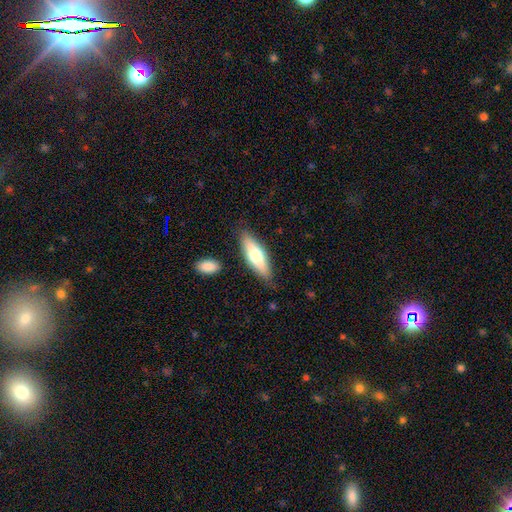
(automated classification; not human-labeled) The model was most divided on "how rounded": in between: 50%, cigar-shaped: 48%, round: 2%. More confident: merging — none (82%); smooth or featured — smooth (64%).